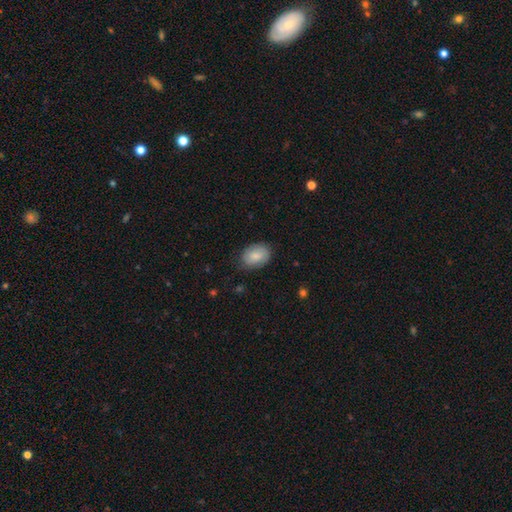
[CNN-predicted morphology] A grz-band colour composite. It shows a smooth galaxy with no disk features (80%) that is in between round and cigar-shaped (83%). Merging: none (78%).